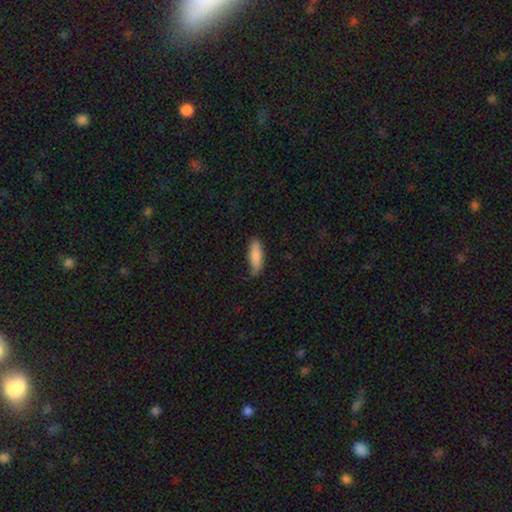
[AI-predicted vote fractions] Smooth or featured: smooth — 84% (featured or disk — 10%)
How rounded: in between — 53% (cigar-shaped — 45%)
Merging: none — 76% (minor disturbance — 19%)